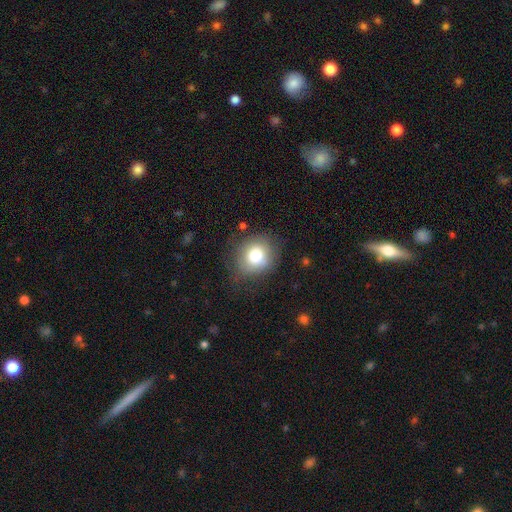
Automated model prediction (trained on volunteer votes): Smooth or featured? smooth (76%)
How rounded? round (77%)
Merging? none (74%)